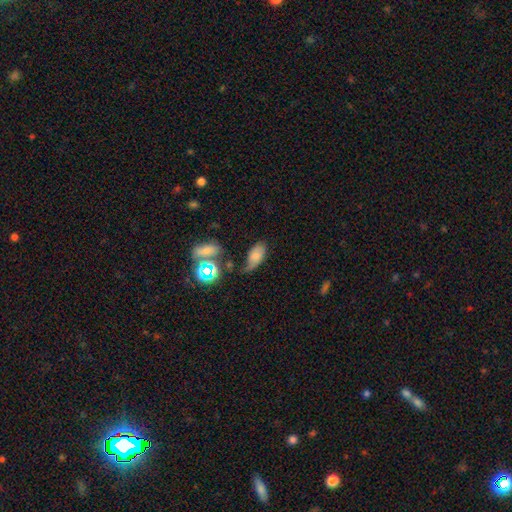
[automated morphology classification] Smooth or featured? Predicted: smooth (p=0.63). How rounded? Predicted: in between (p=0.90). Merging? Predicted: none (p=0.42).